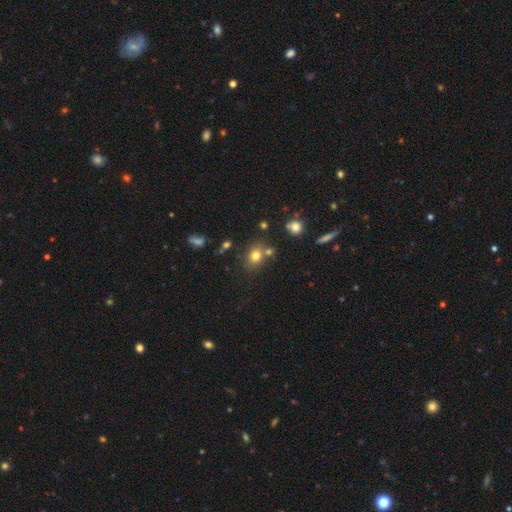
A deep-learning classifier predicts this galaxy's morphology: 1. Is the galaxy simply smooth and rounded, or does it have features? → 76% smooth, 14% star or artifact, 9% featured or disk.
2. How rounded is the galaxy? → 57% round, 42% in between, 1% cigar-shaped.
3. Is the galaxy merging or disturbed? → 68% none, 15% merger, 12% minor disturbance, 4% major disturbance.